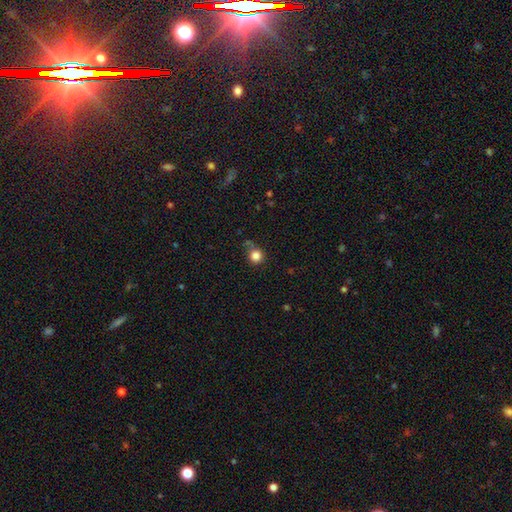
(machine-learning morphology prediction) This appears to be a smooth galaxy with no disk features (83%) that is round (92%). Merging: none (73%).